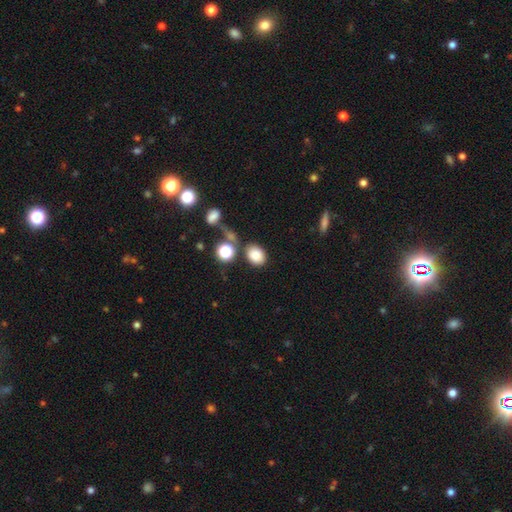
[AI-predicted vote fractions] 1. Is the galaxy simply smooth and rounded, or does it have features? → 82% smooth, 11% star or artifact, 7% featured or disk.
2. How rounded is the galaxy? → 65% in between, 34% round, 1% cigar-shaped.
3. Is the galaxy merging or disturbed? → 75% none, 12% minor disturbance, 9% merger, 5% major disturbance.